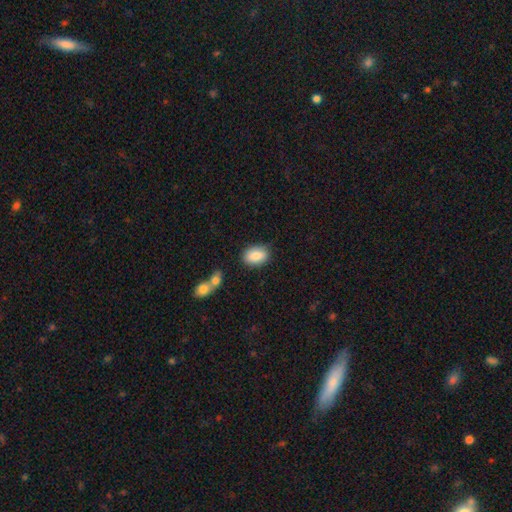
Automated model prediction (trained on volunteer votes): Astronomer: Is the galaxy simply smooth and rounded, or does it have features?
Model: smooth — 87%.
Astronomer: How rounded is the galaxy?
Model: in between — 86%.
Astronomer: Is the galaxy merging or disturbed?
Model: none — 82%.